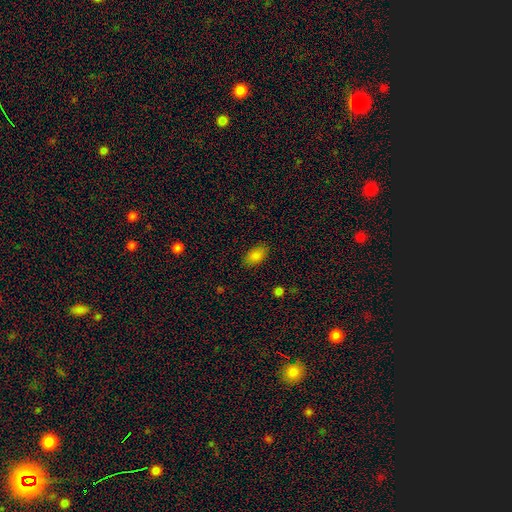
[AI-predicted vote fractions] This is clearly a smooth galaxy (86%). How rounded: clearly in between (92%). Merging: clearly none (85%).